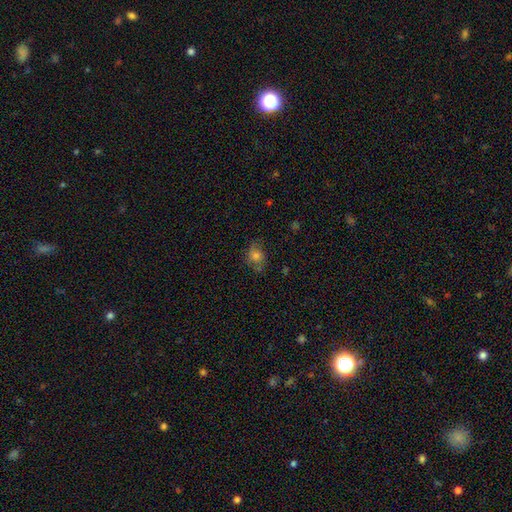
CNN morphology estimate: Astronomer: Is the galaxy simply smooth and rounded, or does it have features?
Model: smooth — 67%.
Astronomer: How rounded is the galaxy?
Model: round — 57% (runner-up: in between, 42%).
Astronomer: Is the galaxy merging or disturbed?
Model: none — 62%.